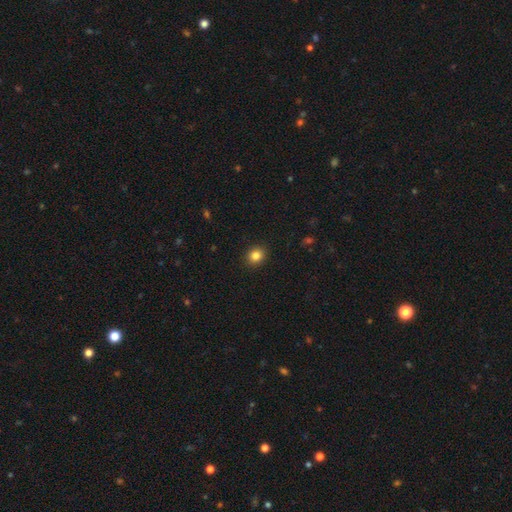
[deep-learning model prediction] A smooth galaxy with no disk features (84%) that is round (75%).

Vote fractions:
- Smooth or featured? smooth: 84% / star or artifact: 11% / featured or disk: 5%
- How rounded? round: 75% / in between: 24% / cigar-shaped: 1%
- Merging? none: 91% / minor disturbance: 6% / major disturbance: 2% / merger: 1%